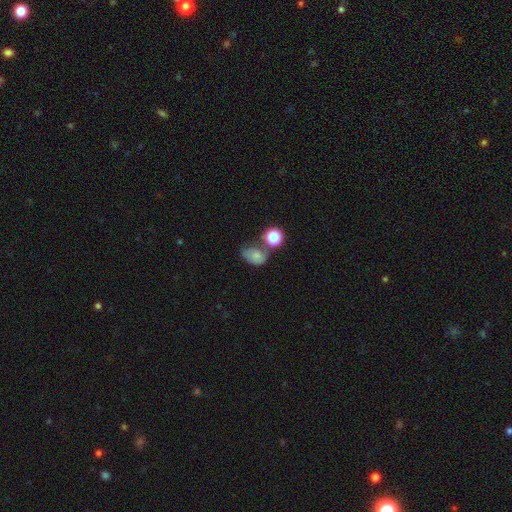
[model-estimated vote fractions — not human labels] Morphology: type=smooth (69%); roundness=in between (66%); merging=none (35%).